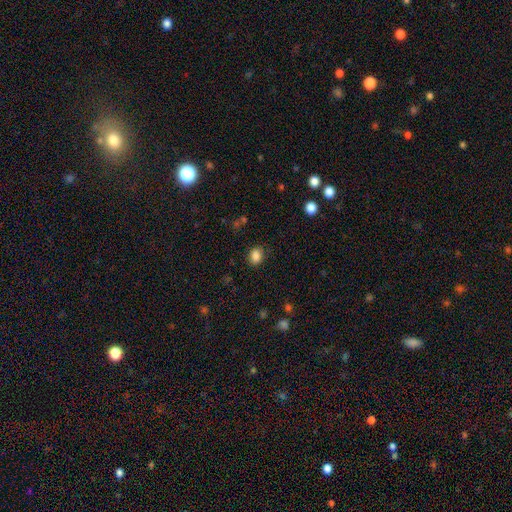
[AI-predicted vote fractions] Morphology: type=smooth (85%); roundness=in between (53%); merging=none (86%).